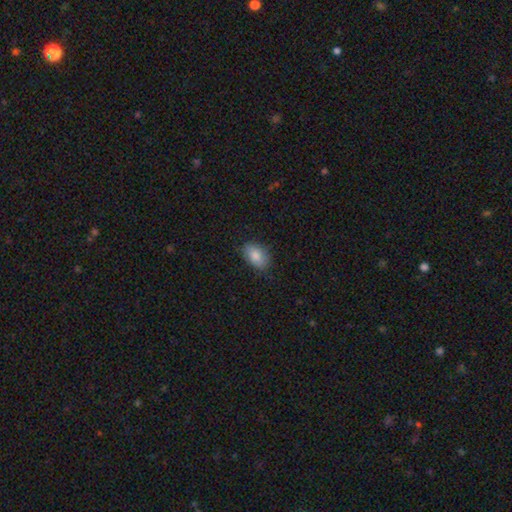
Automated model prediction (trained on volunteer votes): A smooth galaxy with no disk features (85%) that is in between round and cigar-shaped (88%). Merging: none (81%).